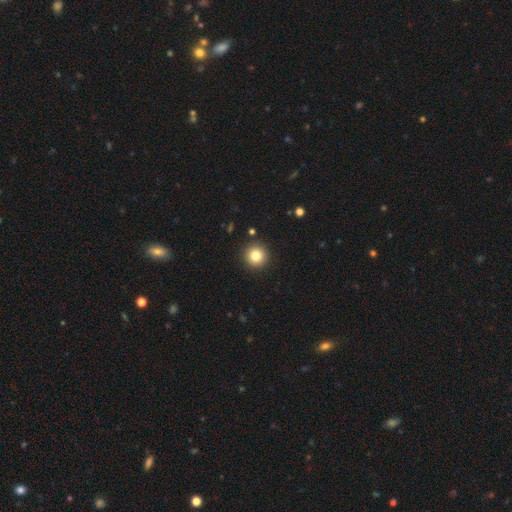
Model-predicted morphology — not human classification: Smooth or featured: smooth — 82% (star or artifact — 11%)
How rounded: round — 95% (in between — 4%)
Merging: none — 91% (minor disturbance — 5%)